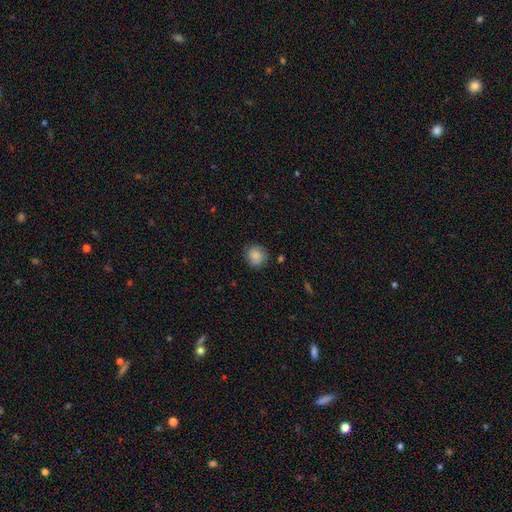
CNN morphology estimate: This is clearly a smooth galaxy (85%). How rounded: clearly round (88%). Merging: clearly none (82%).